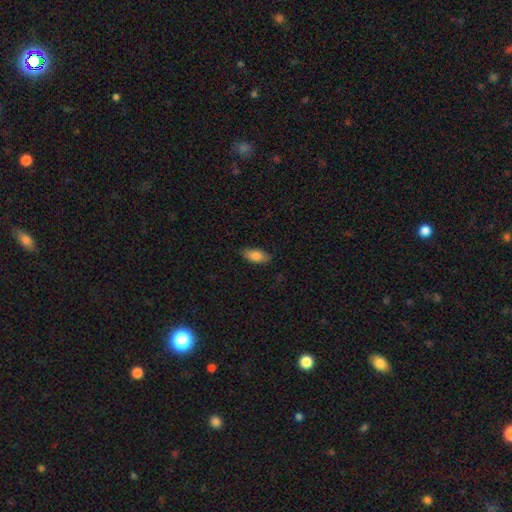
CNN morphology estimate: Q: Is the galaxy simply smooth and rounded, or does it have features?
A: smooth — 82%.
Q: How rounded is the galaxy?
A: in between — 85%.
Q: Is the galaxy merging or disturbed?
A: none — 84%.